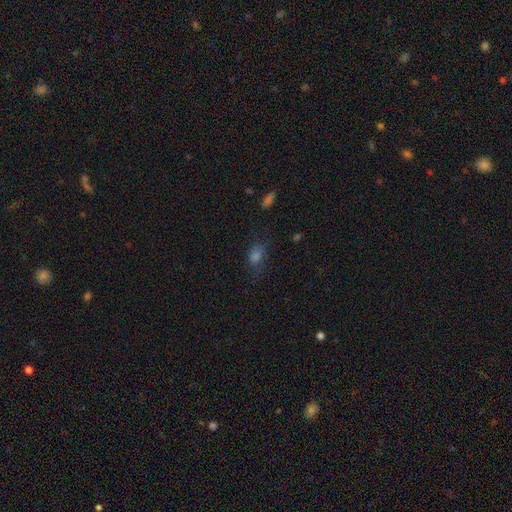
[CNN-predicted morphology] A smooth galaxy with no disk features (64%) that is in between round and cigar-shaped (70%).

Vote fractions:
- Smooth or featured? smooth: 64% / star or artifact: 23% / featured or disk: 13%
- How rounded? in between: 70% / round: 24% / cigar-shaped: 7%
- Merging? none: 64% / minor disturbance: 22% / major disturbance: 12% / merger: 2%